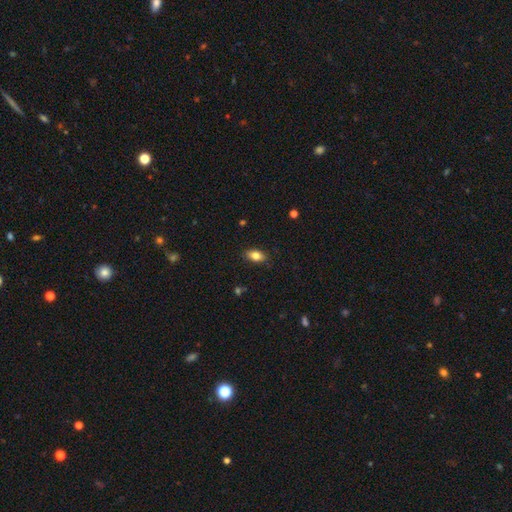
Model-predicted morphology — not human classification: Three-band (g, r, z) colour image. It shows a smooth galaxy with no disk features (80%) that is in between round and cigar-shaped (88%). Merging: none (86%).